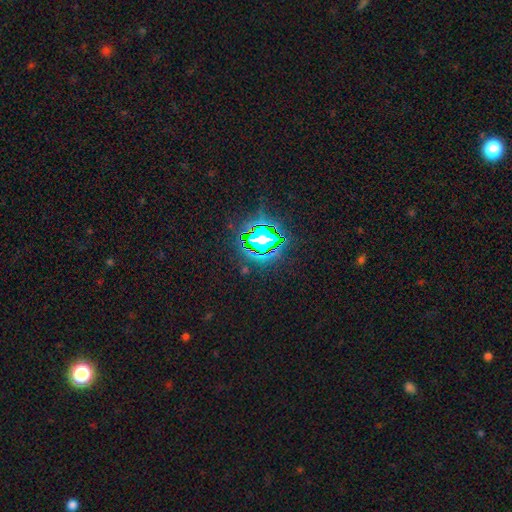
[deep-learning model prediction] A star or artifact, not a galaxy (82%).